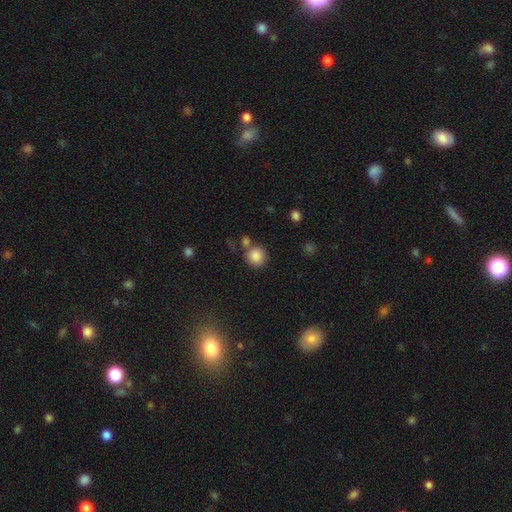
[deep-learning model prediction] Q: Smooth or featured?
A: smooth (86%); runner-up: star or artifact (10%)
Q: How rounded?
A: round (90%); runner-up: in between (9%)
Q: Merging?
A: none (70%); runner-up: merger (16%)